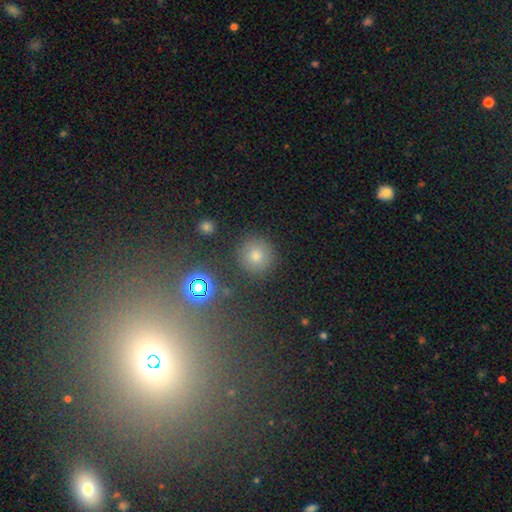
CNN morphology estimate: This appears to be a smooth galaxy with no disk features (72%) that is round (94%). Merging: none (90%).